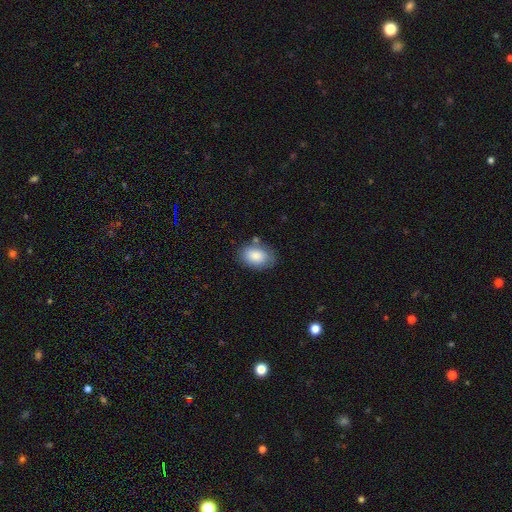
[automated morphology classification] type=smooth (85%); roundness=in between (86%); merging=none (73%).